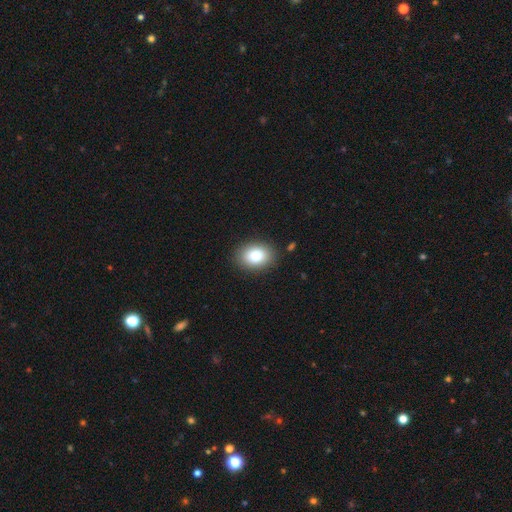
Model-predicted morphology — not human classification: A smooth galaxy with no disk features (81%) that is in between round and cigar-shaped (67%).

Vote fractions:
- Smooth or featured? smooth: 81% / featured or disk: 10% / star or artifact: 9%
- How rounded? in between: 67% / round: 32% / cigar-shaped: 1%
- Merging? none: 88% / minor disturbance: 8% / major disturbance: 2% / merger: 1%